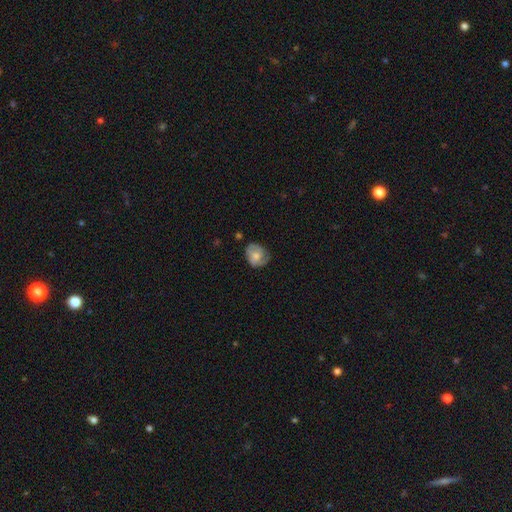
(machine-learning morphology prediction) A smooth galaxy with no disk features (47%). Merging: none (59%).